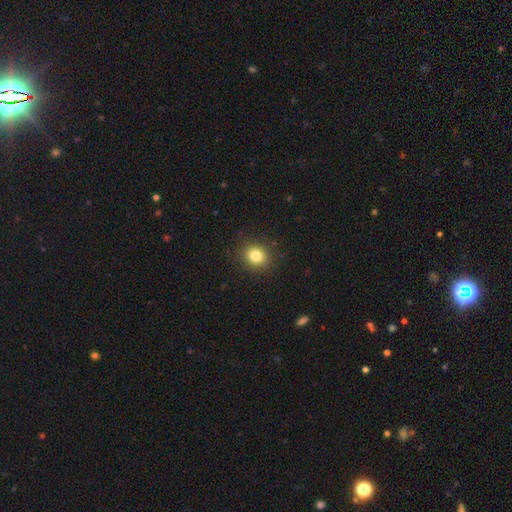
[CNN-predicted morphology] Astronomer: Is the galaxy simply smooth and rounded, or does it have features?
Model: smooth — 82%.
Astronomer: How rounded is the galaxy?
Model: round — 74%.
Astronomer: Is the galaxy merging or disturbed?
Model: none — 89%.